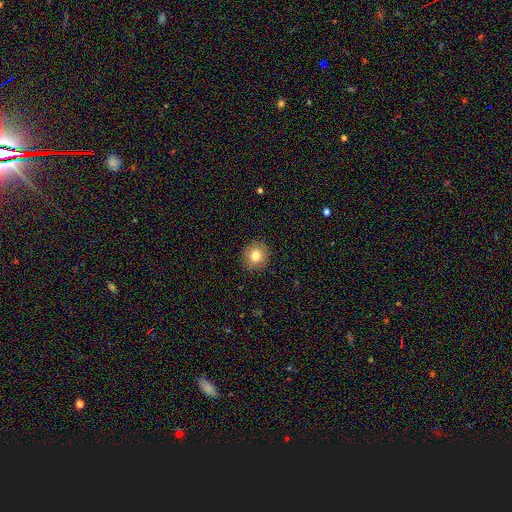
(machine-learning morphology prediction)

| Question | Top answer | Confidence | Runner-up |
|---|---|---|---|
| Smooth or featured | smooth | 80% | star or artifact (10%) |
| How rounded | round | 83% | in between (16%) |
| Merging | none | 90% | minor disturbance (7%) |